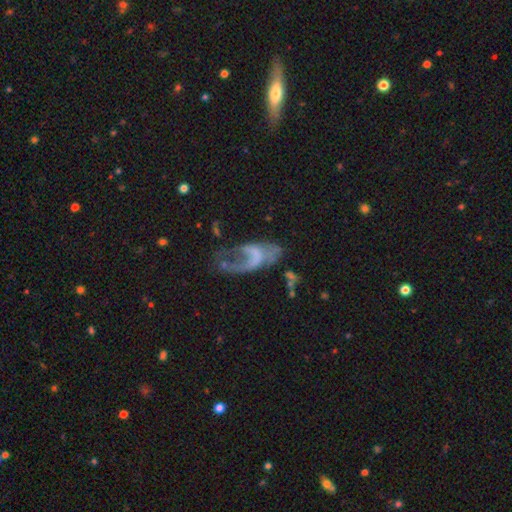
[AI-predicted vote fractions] A featured or disk galaxy (64%) with no bar (66%), spiral arms (56%) and no central bulge (64%).

Vote fractions:
- Smooth or featured? featured or disk: 64% / smooth: 25% / star or artifact: 11%
- Edge-on disk? no: 96% / yes: 4%
- Bar? no: 66% / weak: 26% / strong: 8%
- Spiral arms? yes: 56% / no: 44%
- Bulge size? none: 64% / small: 17% / moderate: 12% / large: 5% / dominant: 2%
- Merging? major disturbance: 52% / none: 25% / minor disturbance: 15% / merger: 8%